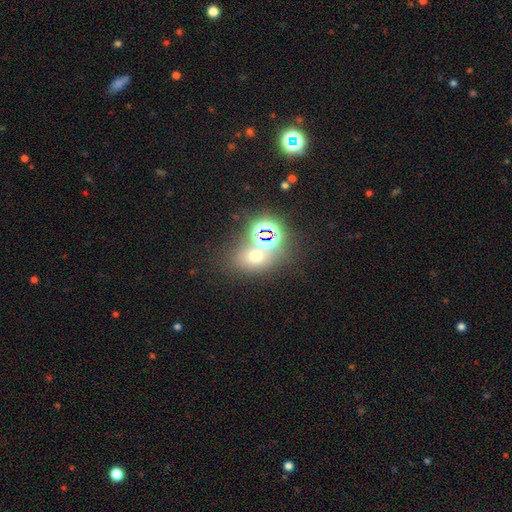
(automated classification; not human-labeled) Smooth or featured: smooth — 51% (star or artifact — 36%)
How rounded: round — 53% (in between — 45%)
Merging: none — 58% (merger — 27%)